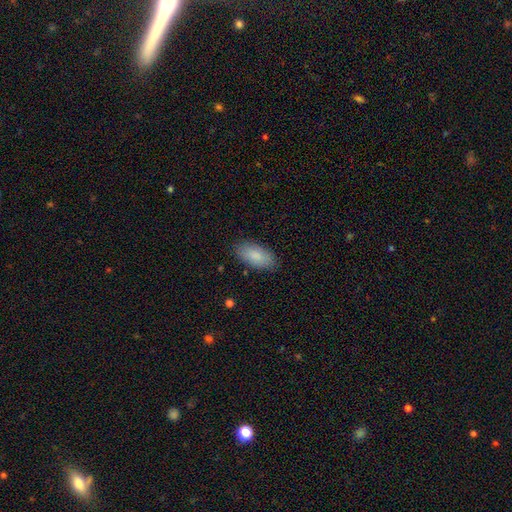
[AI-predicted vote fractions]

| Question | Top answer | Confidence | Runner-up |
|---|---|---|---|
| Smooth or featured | smooth | 86% | featured or disk (8%) |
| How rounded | in between | 92% | cigar-shaped (6%) |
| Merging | none | 86% | minor disturbance (11%) |